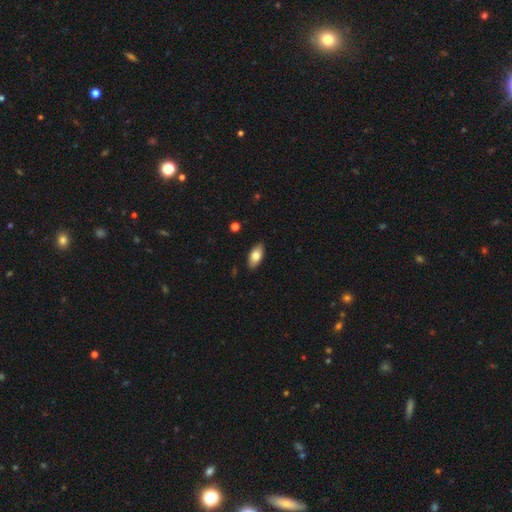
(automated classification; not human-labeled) This is likely a smooth galaxy (79%). How rounded: clearly in between (90%). Merging: clearly none (88%).